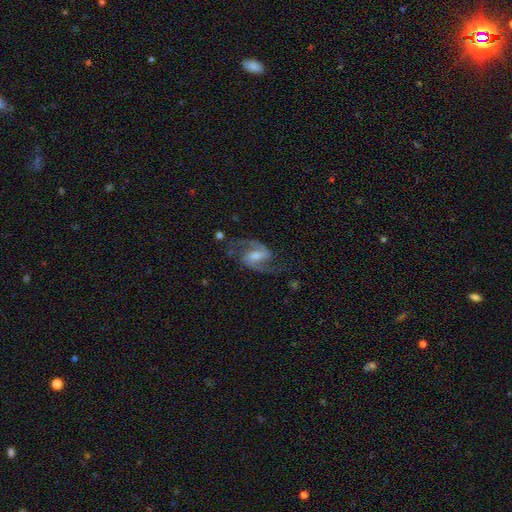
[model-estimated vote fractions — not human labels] featured or disk 90%, star or artifact 5%, smooth 5%. Down the decision tree: edge-on disk — no (97%); bar — weak (50%); spiral arms — yes (98%); spiral arm count — 2 (94%); spiral winding — medium (58%); bulge size — moderate (45%); merging — none (77%).